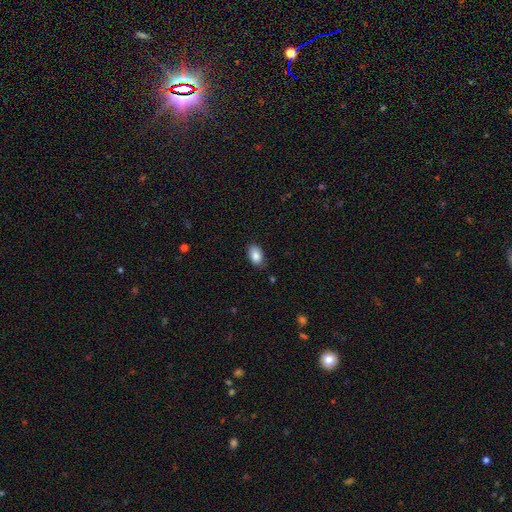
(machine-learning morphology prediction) Q: Smooth or featured?
A: smooth (85%); runner-up: featured or disk (8%)
Q: How rounded?
A: in between (90%); runner-up: round (8%)
Q: Merging?
A: none (80%); runner-up: minor disturbance (16%)